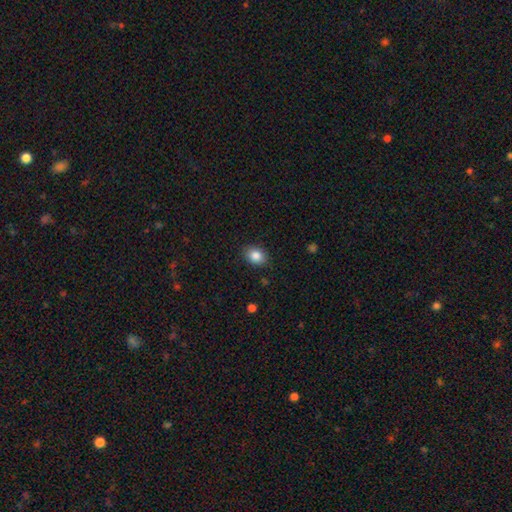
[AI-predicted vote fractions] smooth_or_featured: smooth (p=0.85) [alt: star or artifact p=0.09]
how_rounded: in between (p=0.62) [alt: round p=0.37]
merging: none (p=0.86) [alt: minor disturbance p=0.10]